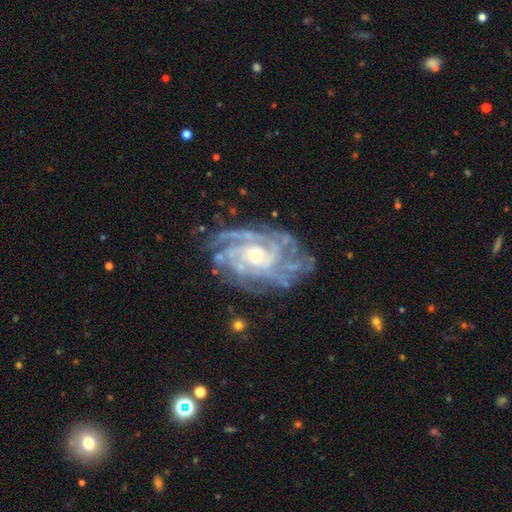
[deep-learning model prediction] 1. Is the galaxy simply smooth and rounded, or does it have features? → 90% featured or disk, 6% star or artifact, 4% smooth.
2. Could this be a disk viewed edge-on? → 97% no, 3% yes.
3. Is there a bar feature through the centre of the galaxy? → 70% no, 24% weak, 7% strong.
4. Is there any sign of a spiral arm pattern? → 97% yes, 3% no.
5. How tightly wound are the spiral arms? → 69% tight, 25% medium, 5% loose.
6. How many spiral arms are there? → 27% can't tell, 22% 4, 19% more than 4, 14% 3, 10% 2, 7% 1.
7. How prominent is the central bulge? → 48% small, 47% moderate, 3% large, 1% none, 1% dominant.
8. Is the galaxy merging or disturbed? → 74% none, 17% minor disturbance, 7% major disturbance, 2% merger.